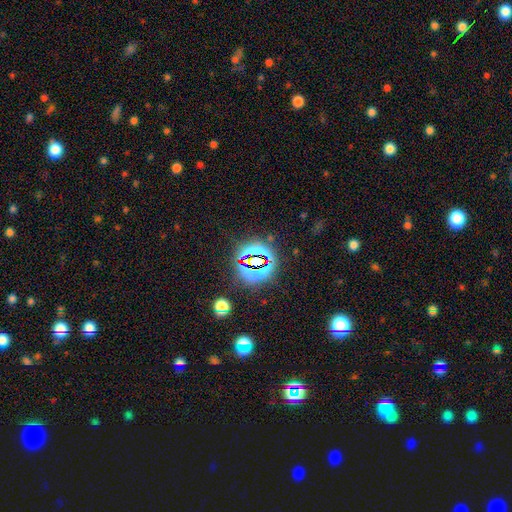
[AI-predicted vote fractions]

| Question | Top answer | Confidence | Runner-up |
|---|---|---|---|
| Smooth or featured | star or artifact | 75% | smooth (16%) |